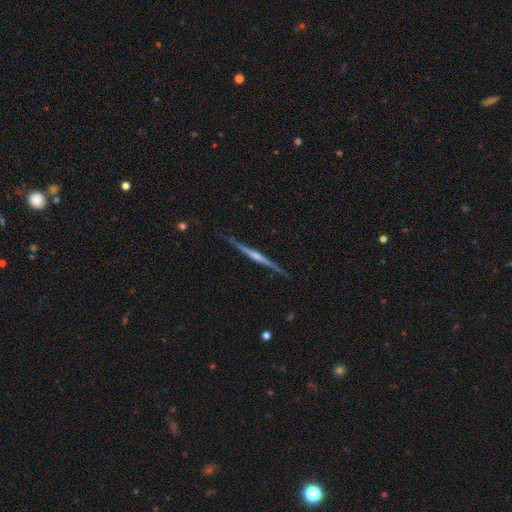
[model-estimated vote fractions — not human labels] Smooth or featured? Predicted: featured or disk (p=0.80). Edge-on disk? Predicted: yes (p=0.98). Edge-on bulge? Predicted: rounded (p=0.67). Merging? Predicted: none (p=0.90).